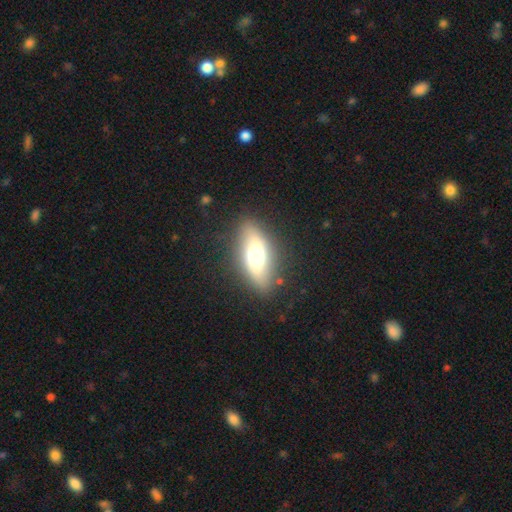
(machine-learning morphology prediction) Smooth or featured? Predicted: smooth (p=0.53). How rounded? Predicted: in between (p=0.70). Merging? Predicted: none (p=0.83).